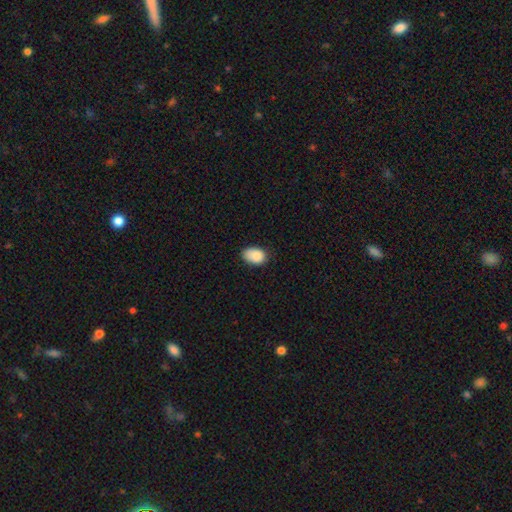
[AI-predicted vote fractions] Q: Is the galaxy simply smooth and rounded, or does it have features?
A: smooth — 87%.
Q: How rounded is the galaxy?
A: in between — 84%.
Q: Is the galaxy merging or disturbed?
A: none — 64%.